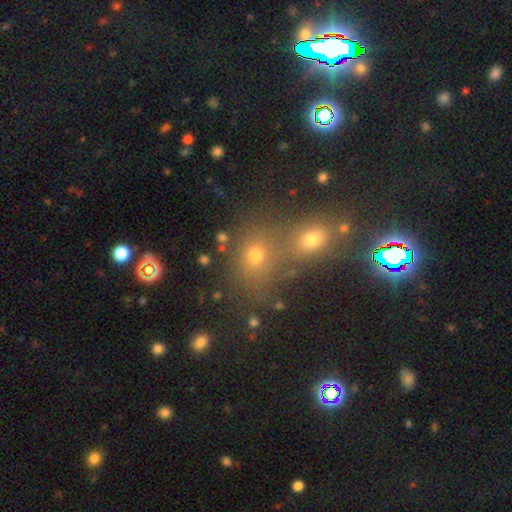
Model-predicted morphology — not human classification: smooth 50%, star or artifact 38%, featured or disk 12%. Down the decision tree: how rounded — round (66%); merging — none (53%).